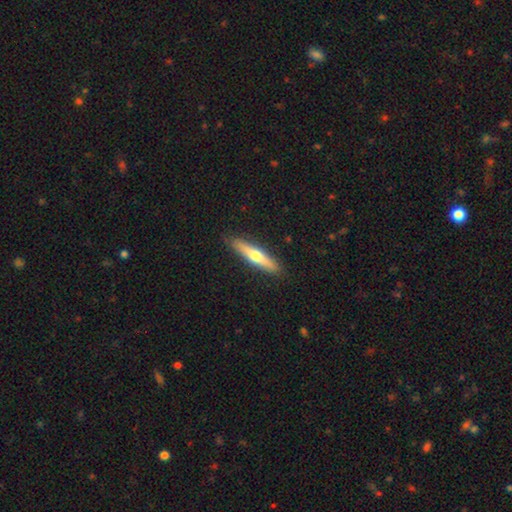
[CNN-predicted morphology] Smooth or featured? smooth (51%)
How rounded? cigar-shaped (86%)
Merging? none (89%)